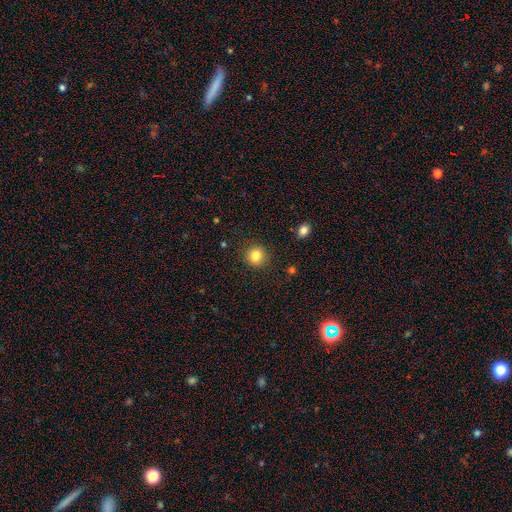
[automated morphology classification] This is clearly a smooth galaxy (83%). How rounded: clearly round (90%). Merging: clearly none (90%).